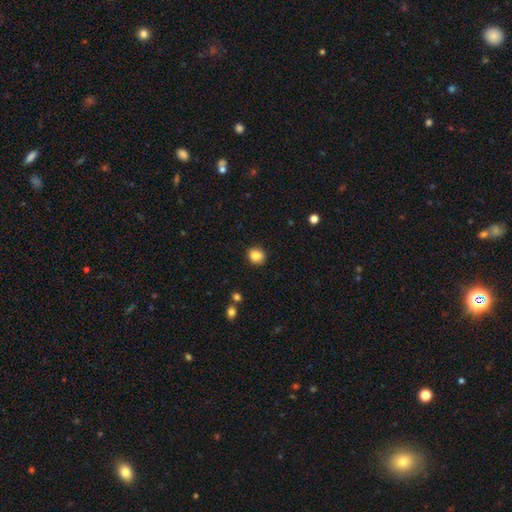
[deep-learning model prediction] A smooth galaxy with no disk features (87%) that is round (74%).

Vote fractions:
- Smooth or featured? smooth: 87% / star or artifact: 10% / featured or disk: 4%
- How rounded? round: 74% / in between: 25% / cigar-shaped: 1%
- Merging? none: 89% / minor disturbance: 7% / major disturbance: 2% / merger: 1%